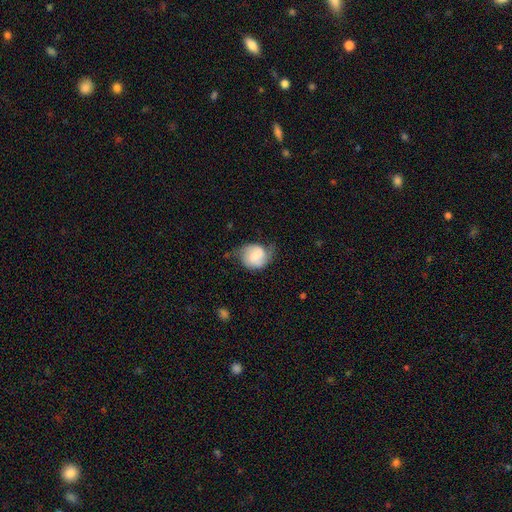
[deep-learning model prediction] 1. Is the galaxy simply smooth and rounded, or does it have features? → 48% featured or disk, 44% smooth, 8% star or artifact.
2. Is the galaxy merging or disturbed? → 48% none, 35% minor disturbance, 15% major disturbance, 2% merger.